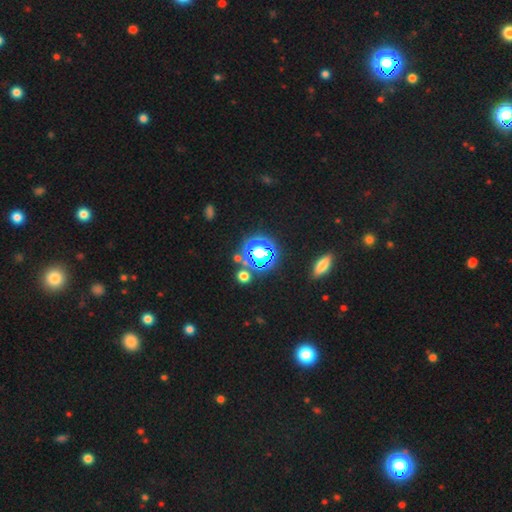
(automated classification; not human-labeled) star or artifact 68%, smooth 23%, featured or disk 9%.